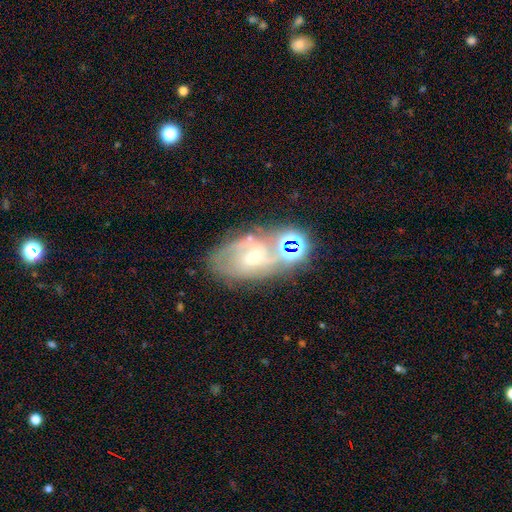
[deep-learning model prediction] smooth-or-featured: featured or disk: 70% | star or artifact: 15% | smooth: 15%
  disk-edge-on: no: 96% | yes: 4%
    bar: no: 58% | weak: 33% | strong: 9%
    has-spiral-arms: yes: 87% | no: 13%
      spiral-winding: medium: 47% | tight: 39% | loose: 15%
      spiral-arm-count: 2: 43% | can't tell: 30% | 3: 14% | 1: 5% | 4: 4% | more than 4: 3%
    bulge-size: small: 68% | moderate: 27% | none: 2% | large: 2% | dominant: 1%
  merging: none: 55% | minor disturbance: 19% | merger: 14% | major disturbance: 11%